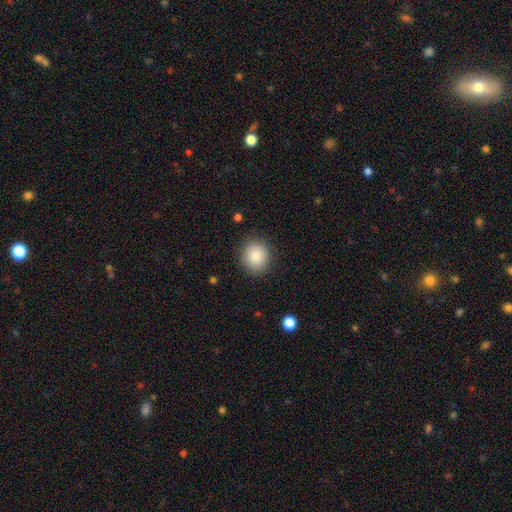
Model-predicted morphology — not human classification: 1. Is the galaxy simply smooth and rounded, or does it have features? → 84% smooth, 9% star or artifact, 7% featured or disk.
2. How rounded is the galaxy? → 85% round, 15% in between, 1% cigar-shaped.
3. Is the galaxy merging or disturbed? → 88% none, 8% minor disturbance, 3% major disturbance, 1% merger.